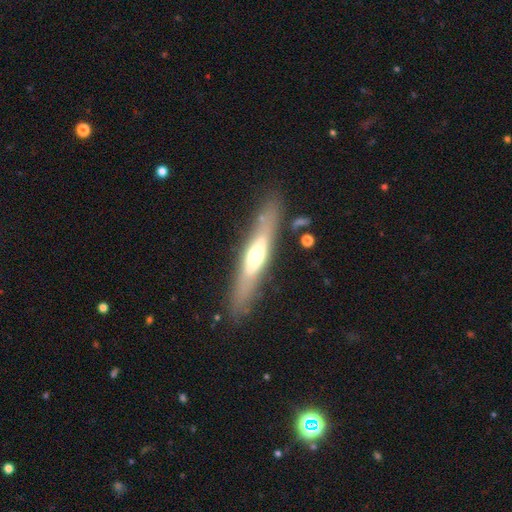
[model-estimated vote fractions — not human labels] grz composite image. It shows a featured or disk galaxy (54%) viewed edge-on (78%). Merging: none (81%).